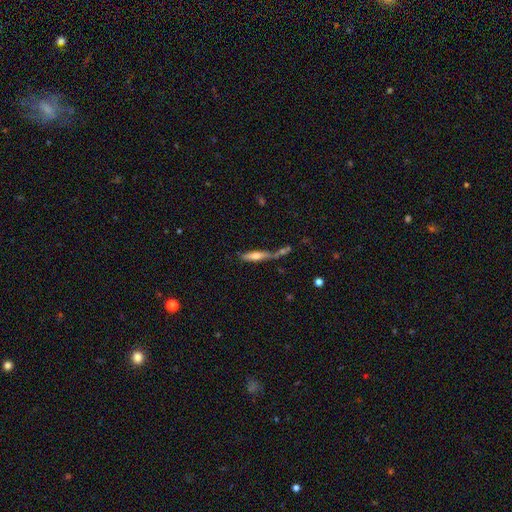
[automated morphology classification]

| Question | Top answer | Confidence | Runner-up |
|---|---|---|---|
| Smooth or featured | smooth | 52% | featured or disk (40%) |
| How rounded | cigar-shaped | 82% | in between (16%) |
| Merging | none | 48% | merger (24%) |